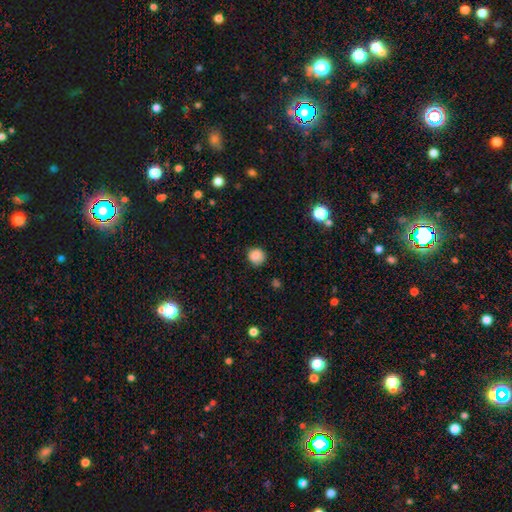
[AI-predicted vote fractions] Overall: smooth (85%). How rounded: round (88%). Merging: none (81%).